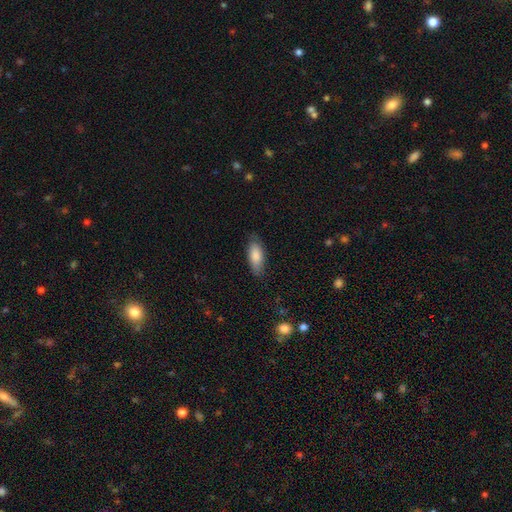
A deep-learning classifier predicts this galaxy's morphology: This appears to be a smooth galaxy with no disk features (84%) that is in between round and cigar-shaped (78%). Merging: none (80%).